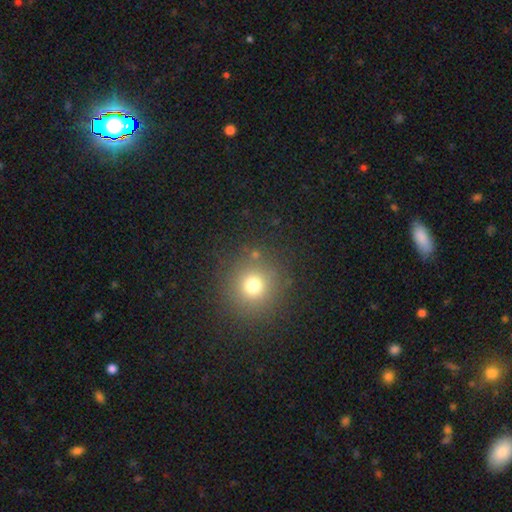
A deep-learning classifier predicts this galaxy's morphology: This is likely a smooth galaxy (72%). How rounded: clearly round (94%). Merging: clearly none (88%).